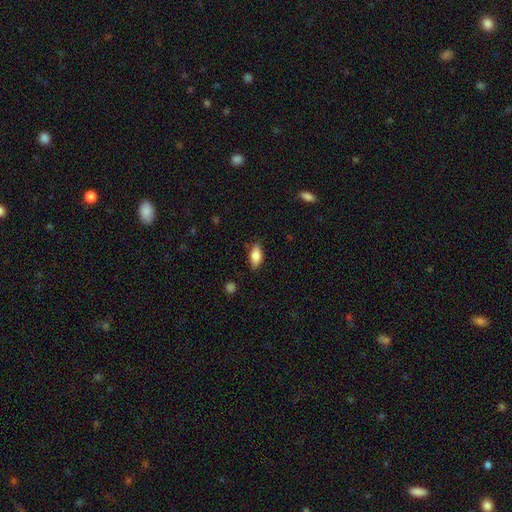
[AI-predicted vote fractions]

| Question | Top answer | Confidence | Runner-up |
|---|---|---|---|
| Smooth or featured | smooth | 83% | featured or disk (10%) |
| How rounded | in between | 85% | cigar-shaped (12%) |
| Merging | none | 82% | minor disturbance (14%) |